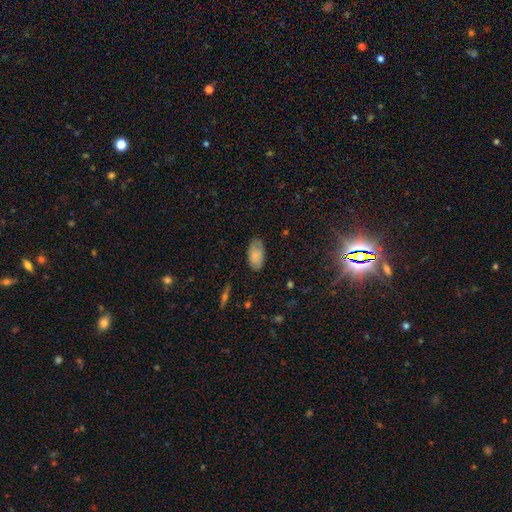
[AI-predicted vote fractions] Smooth or featured: smooth — 79% (featured or disk — 14%)
How rounded: in between — 94% (round — 4%)
Merging: none — 77% (minor disturbance — 18%)